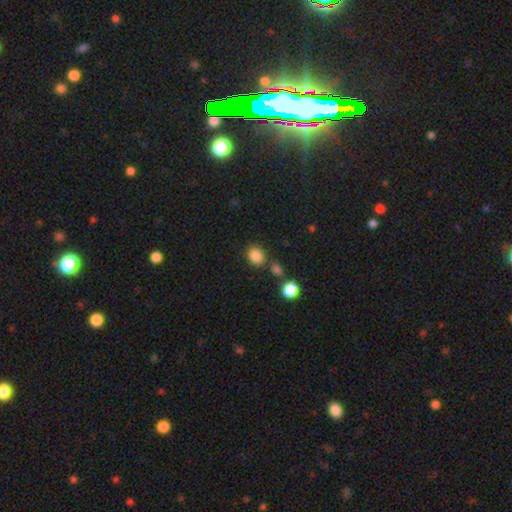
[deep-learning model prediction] Smooth or featured? Predicted: smooth (p=0.84). How rounded? Predicted: round (p=0.61). Merging? Predicted: none (p=0.74).